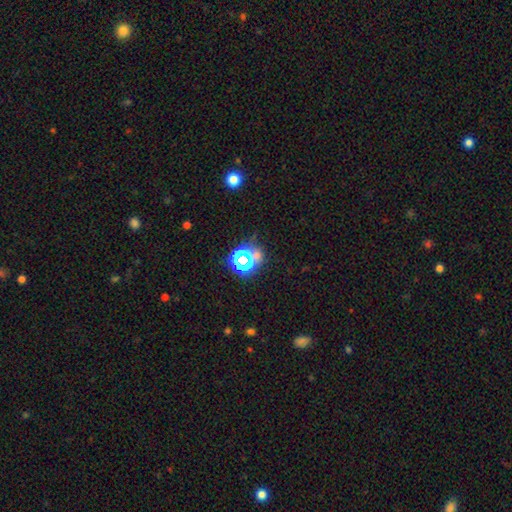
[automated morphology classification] Smooth or featured?
  - star or artifact: 54% *
  - smooth: 34%
  - featured or disk: 12%